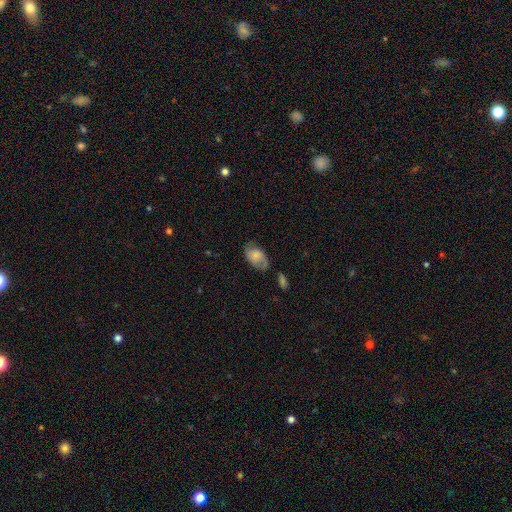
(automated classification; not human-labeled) smooth 63%, featured or disk 29%, star or artifact 8%. Down the decision tree: how rounded — in between (90%); merging — none (55%).